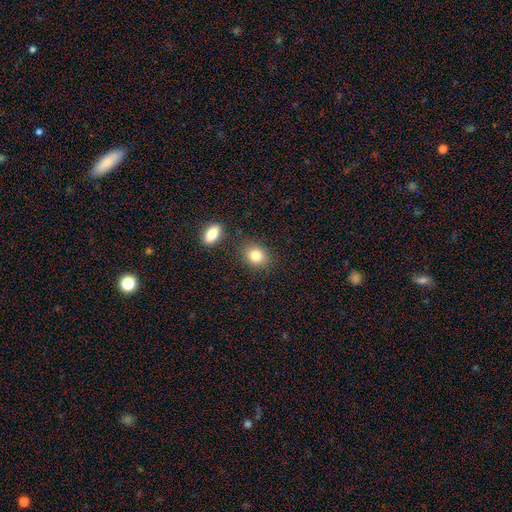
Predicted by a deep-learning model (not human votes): Smooth or featured? smooth (83%)
How rounded? in between (51%)
Merging? none (79%)